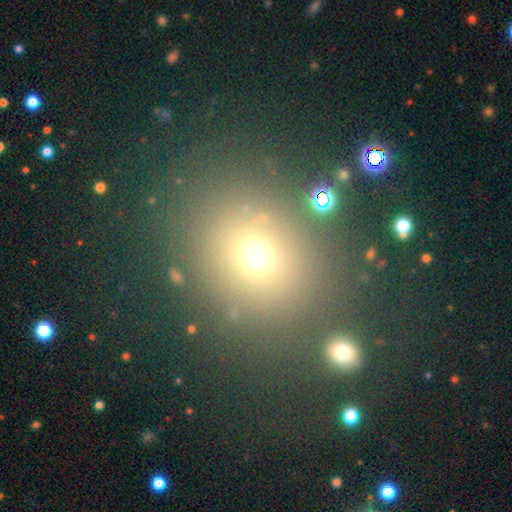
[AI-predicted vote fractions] smooth_or_featured: smooth (p=0.65) [alt: star or artifact p=0.25]
how_rounded: round (p=0.72) [alt: in between p=0.27]
merging: none (p=0.80) [alt: minor disturbance p=0.09]